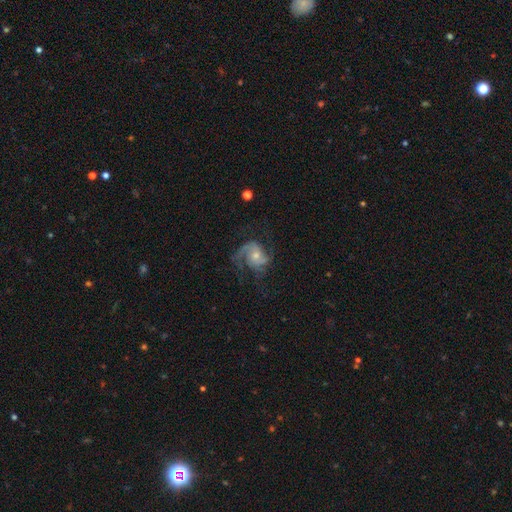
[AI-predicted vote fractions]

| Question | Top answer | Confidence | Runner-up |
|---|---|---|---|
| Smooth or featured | featured or disk | 84% | smooth (9%) |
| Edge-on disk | no | 98% | yes (2%) |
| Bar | no | 67% | weak (28%) |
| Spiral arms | yes | 96% | no (4%) |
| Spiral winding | medium | 51% | loose (28%) |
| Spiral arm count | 2 | 49% | 3 (23%) |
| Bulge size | moderate | 46% | tied: small (46%) |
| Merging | none | 57% | major disturbance (21%) |